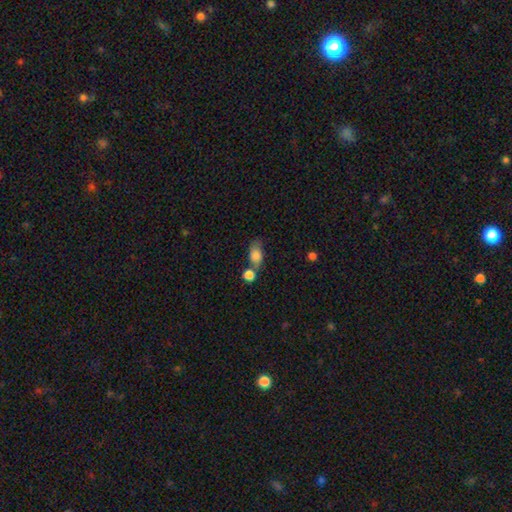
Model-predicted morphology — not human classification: Smooth or featured: smooth — 80% (featured or disk — 11%)
How rounded: in between — 80% (round — 16%)
Merging: none — 43% (merger — 28%)